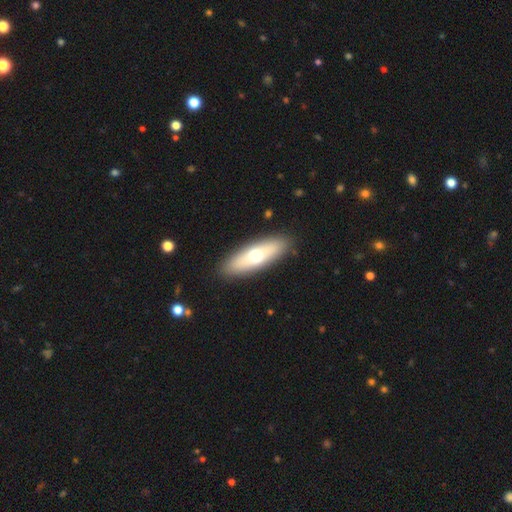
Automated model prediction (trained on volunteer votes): This is likely a smooth galaxy (60%). How rounded: possibly in between (55%). Merging: clearly none (89%).